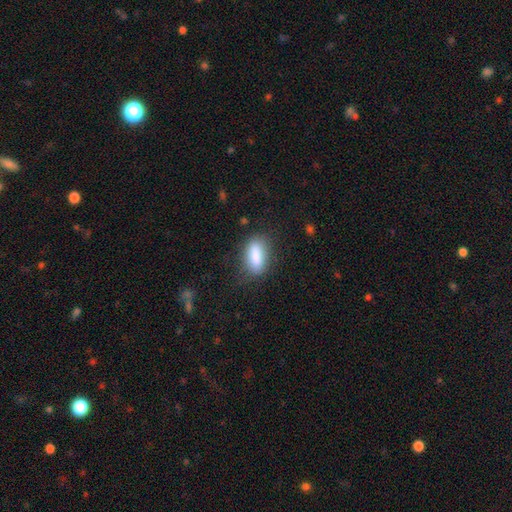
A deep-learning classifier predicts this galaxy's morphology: A smooth galaxy with no disk features (85%) that is in between round and cigar-shaped (82%). Merging: none (75%).